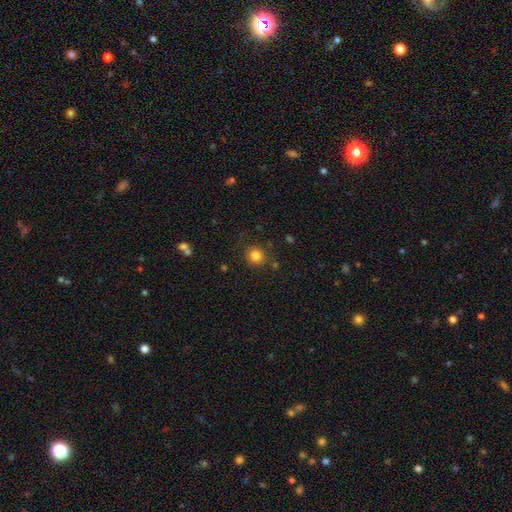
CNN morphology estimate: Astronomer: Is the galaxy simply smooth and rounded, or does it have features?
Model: smooth — 83%.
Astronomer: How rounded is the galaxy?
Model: round — 91%.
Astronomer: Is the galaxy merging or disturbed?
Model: none — 85%.